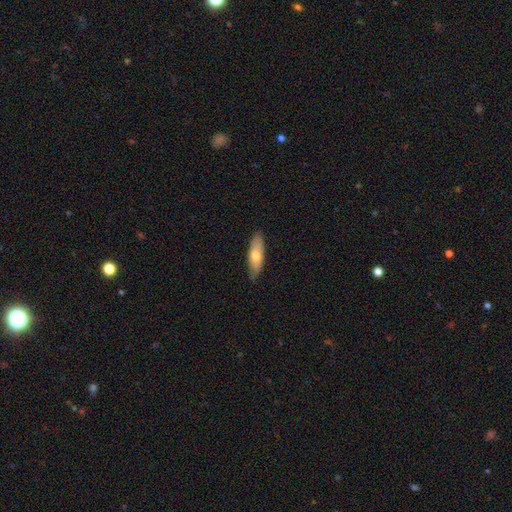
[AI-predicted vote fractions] Q: Smooth or featured?
A: smooth (67%); runner-up: featured or disk (27%)
Q: How rounded?
A: in between (55%); runner-up: cigar-shaped (43%)
Q: Merging?
A: none (85%); runner-up: minor disturbance (12%)